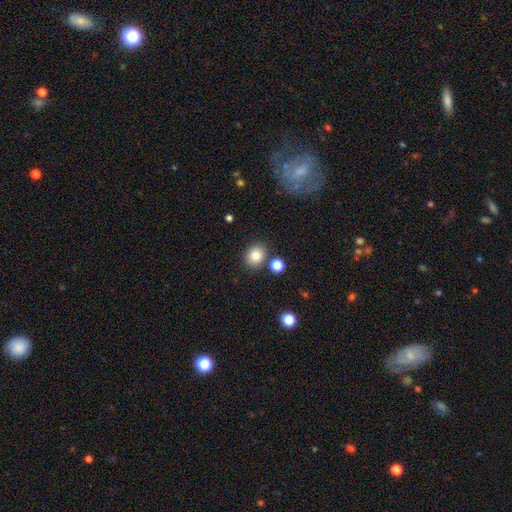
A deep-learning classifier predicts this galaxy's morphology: Smooth or featured? smooth (82%)
How rounded? round (64%)
Merging? none (82%)